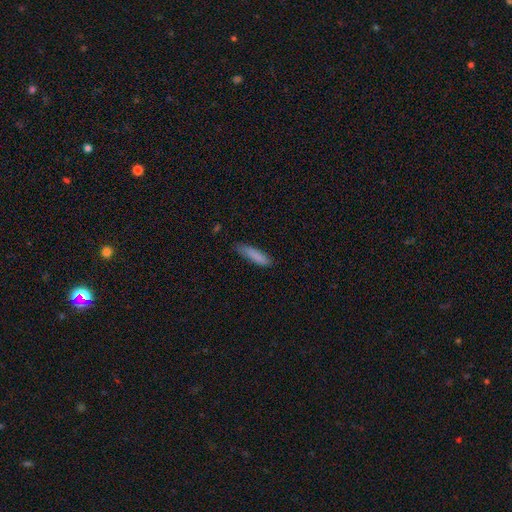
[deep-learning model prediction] Smooth or featured?
  - smooth: 86% *
  - featured or disk: 8%
  - star or artifact: 6%
How rounded?
  - cigar-shaped: 77% *
  - in between: 22%
  - round: 1%
Merging?
  - none: 78% *
  - minor disturbance: 17%
  - major disturbance: 3%
  - merger: 1%